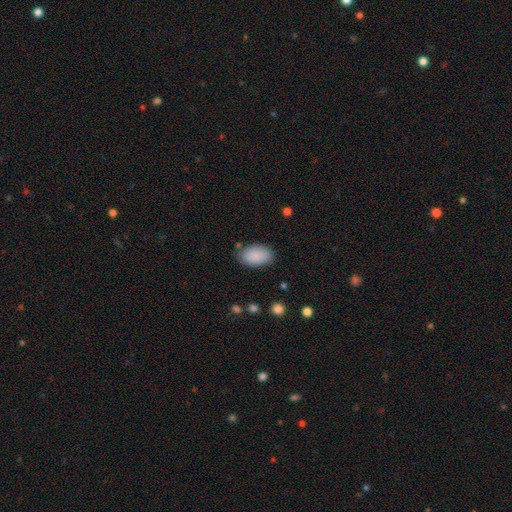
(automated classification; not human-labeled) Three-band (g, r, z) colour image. It shows a smooth galaxy with no disk features (89%) that is in between round and cigar-shaped (93%). Merging: none (81%).